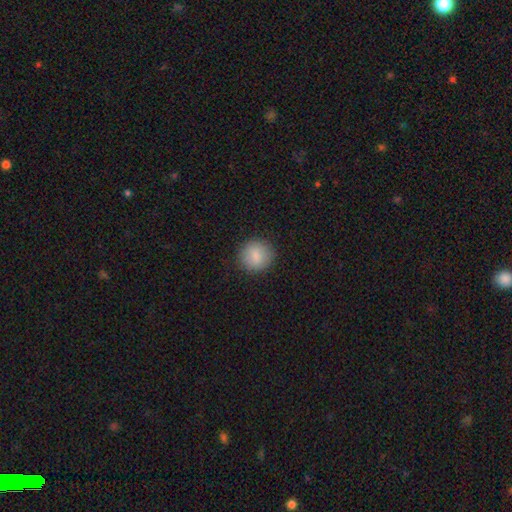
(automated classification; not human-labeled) Smooth or featured: smooth — 84% (star or artifact — 8%)
How rounded: round — 90% (in between — 9%)
Merging: none — 88% (minor disturbance — 8%)